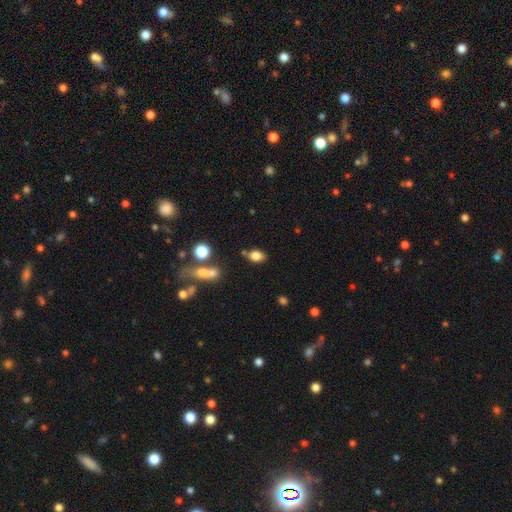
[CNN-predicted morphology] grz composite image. It shows a smooth galaxy with no disk features (81%) that is in between round and cigar-shaped (77%). Merging: none (69%).